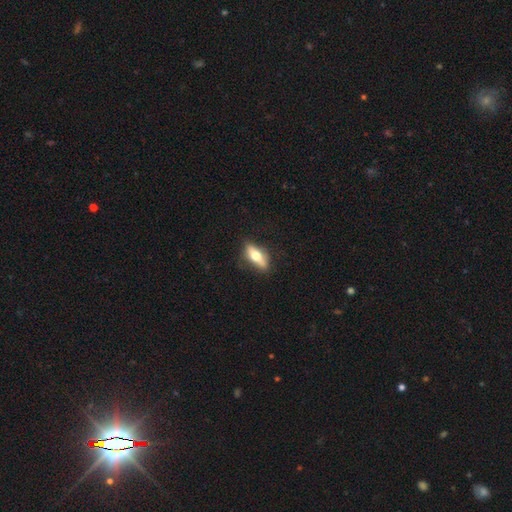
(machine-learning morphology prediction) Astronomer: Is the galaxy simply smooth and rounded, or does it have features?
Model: smooth — 57% (runner-up: featured or disk, 37%).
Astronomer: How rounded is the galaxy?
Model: in between — 65%.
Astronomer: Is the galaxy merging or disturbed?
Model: none — 79%.